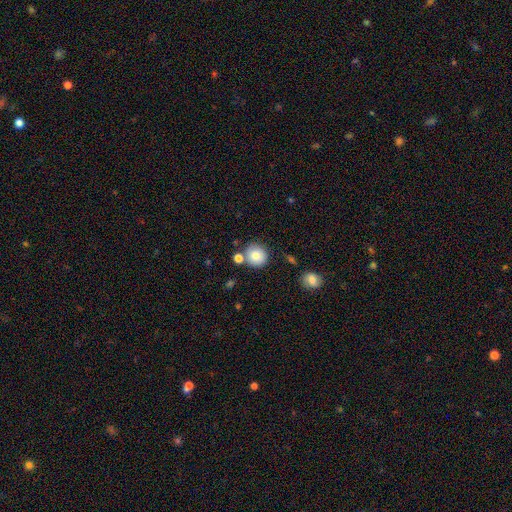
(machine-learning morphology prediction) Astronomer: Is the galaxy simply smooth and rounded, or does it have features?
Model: smooth — 81%.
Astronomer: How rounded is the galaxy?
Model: round — 89%.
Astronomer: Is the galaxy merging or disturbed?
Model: none — 73%.